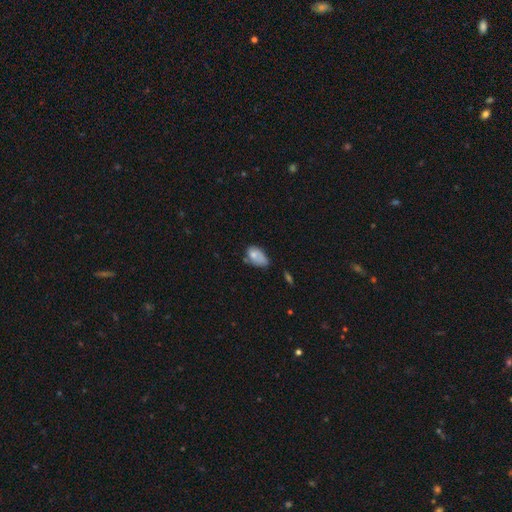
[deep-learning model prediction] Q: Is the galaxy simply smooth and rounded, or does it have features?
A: smooth — 70%.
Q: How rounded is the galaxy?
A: in between — 89%.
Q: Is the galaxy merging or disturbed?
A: minor disturbance — 43%.